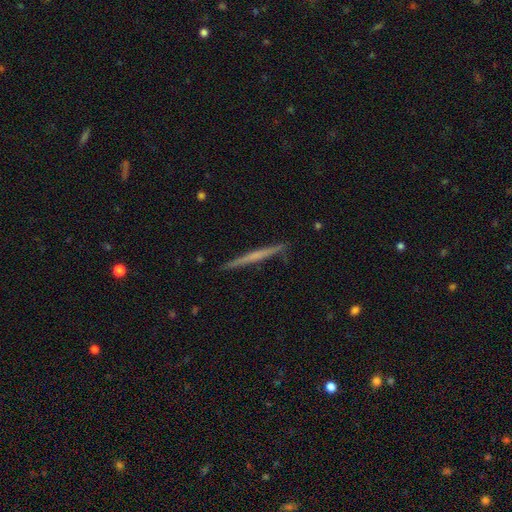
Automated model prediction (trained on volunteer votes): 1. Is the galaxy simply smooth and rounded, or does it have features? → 57% featured or disk, 38% smooth, 6% star or artifact.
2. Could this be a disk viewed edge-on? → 98% yes, 2% no.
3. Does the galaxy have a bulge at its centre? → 78% none, 16% rounded, 6% boxy.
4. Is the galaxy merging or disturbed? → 91% none, 6% minor disturbance, 1% major disturbance, 1% merger.